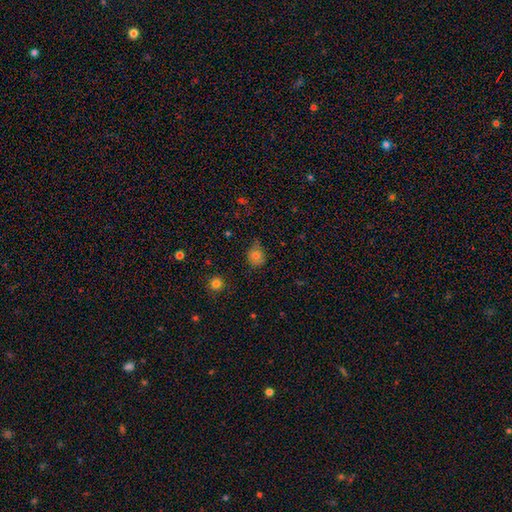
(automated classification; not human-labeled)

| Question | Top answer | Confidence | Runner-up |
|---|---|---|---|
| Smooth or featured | smooth | 80% | star or artifact (13%) |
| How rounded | round | 70% | in between (29%) |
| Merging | none | 65% | minor disturbance (27%) |